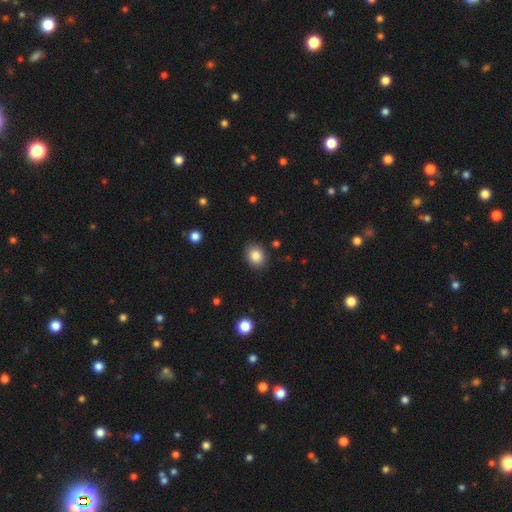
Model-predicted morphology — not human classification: smooth_or_featured: smooth (p=0.85) [alt: star or artifact p=0.09]
how_rounded: round (p=0.56) [alt: in between p=0.43]
merging: none (p=0.87) [alt: minor disturbance p=0.09]